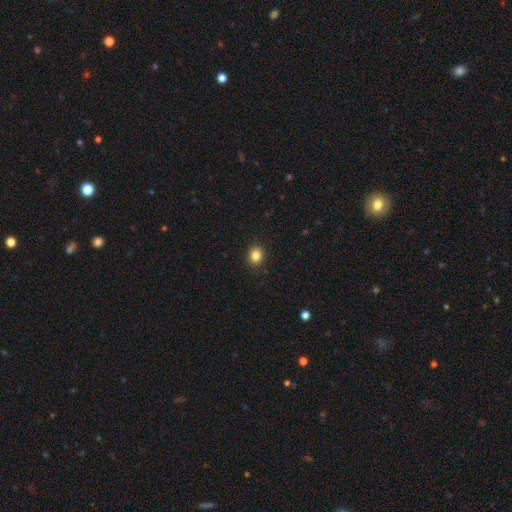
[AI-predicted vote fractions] The model was most divided on "how rounded": round: 61%, in between: 38%, cigar-shaped: 1%. More confident: merging — none (90%); smooth or featured — smooth (84%).